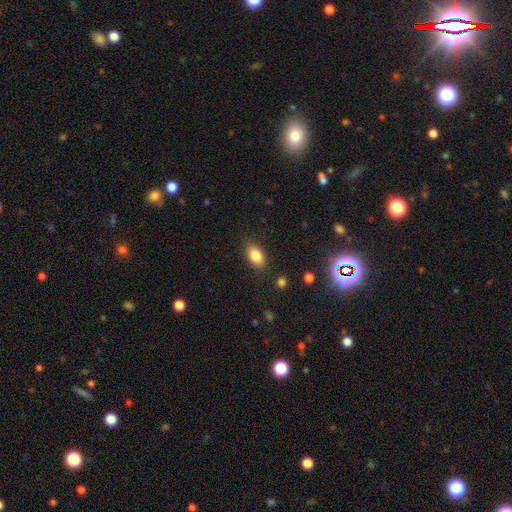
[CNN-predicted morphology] smooth-or-featured: smooth: 84% | star or artifact: 9% | featured or disk: 7%
  how-rounded: in between: 89% | round: 9% | cigar-shaped: 3%
  merging: none: 85% | minor disturbance: 11% | major disturbance: 3% | merger: 1%